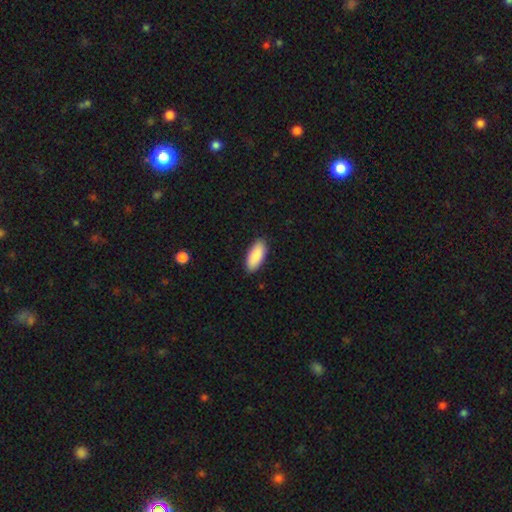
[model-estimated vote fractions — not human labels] The model was most divided on "how rounded": in between: 85%, cigar-shaped: 13%, round: 2%. More confident: merging — none (89%); smooth or featured — smooth (88%).